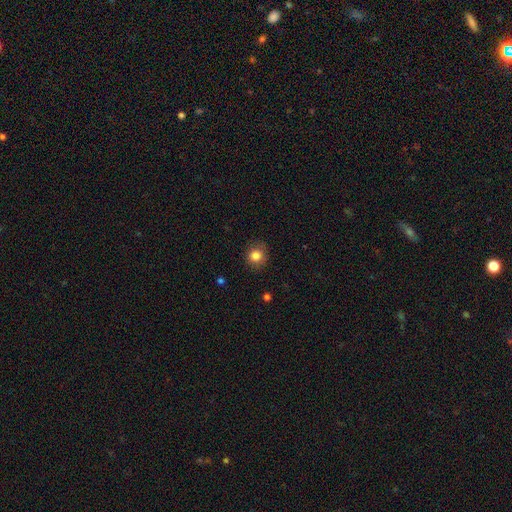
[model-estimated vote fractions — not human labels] This is clearly a smooth galaxy (83%). How rounded: clearly round (85%). Merging: clearly none (83%).